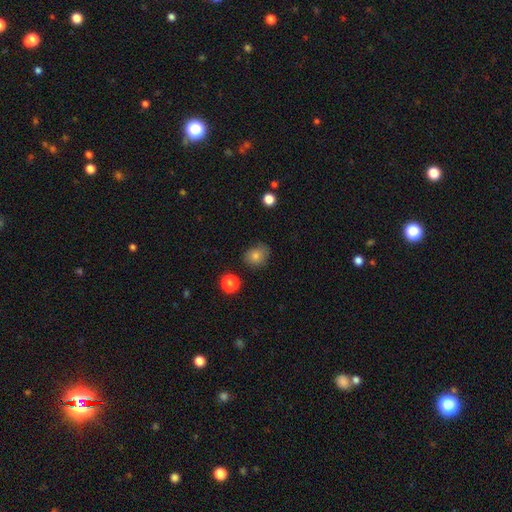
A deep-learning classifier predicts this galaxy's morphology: Smooth or featured: smooth — 79% (star or artifact — 12%)
How rounded: round — 57% (in between — 42%)
Merging: none — 75% (minor disturbance — 19%)